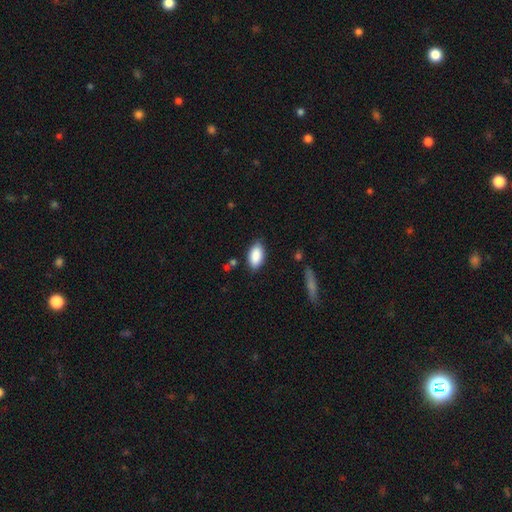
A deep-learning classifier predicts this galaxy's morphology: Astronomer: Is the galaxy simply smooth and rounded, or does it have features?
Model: smooth — 88%.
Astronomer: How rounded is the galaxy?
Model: in between — 93%.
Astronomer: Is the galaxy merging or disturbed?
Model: none — 81%.